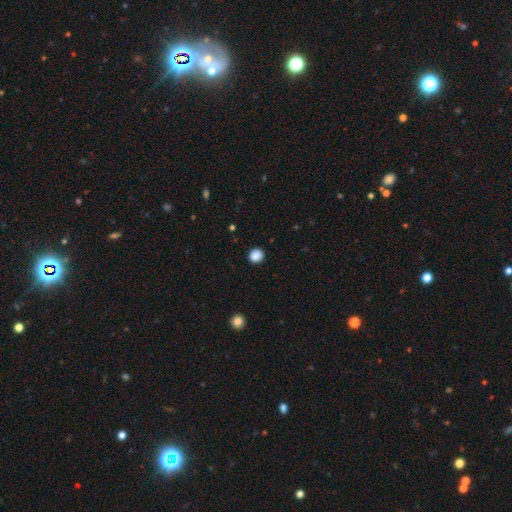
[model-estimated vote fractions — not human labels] Overall: smooth (87%). How rounded: round (92%). Merging: none (92%).